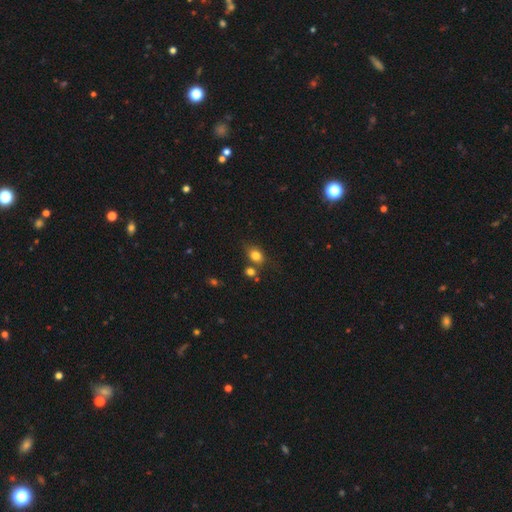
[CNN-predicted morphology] Smooth or featured: smooth — 81% (star or artifact — 12%)
How rounded: in between — 59% (round — 39%)
Merging: none — 65% (minor disturbance — 15%)